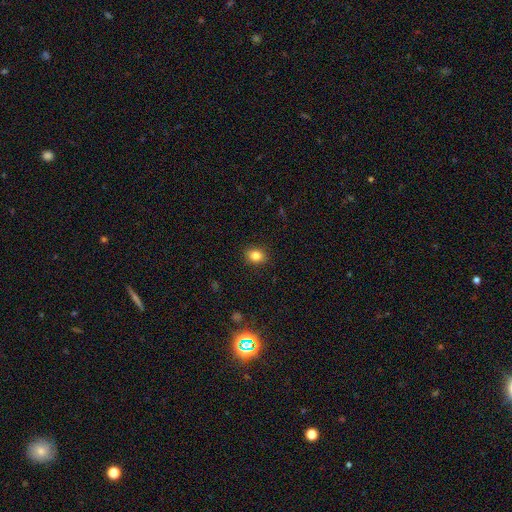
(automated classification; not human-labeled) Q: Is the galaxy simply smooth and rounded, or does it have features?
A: smooth — 83%.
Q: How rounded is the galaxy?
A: in between — 53%.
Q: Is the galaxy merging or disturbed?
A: none — 89%.